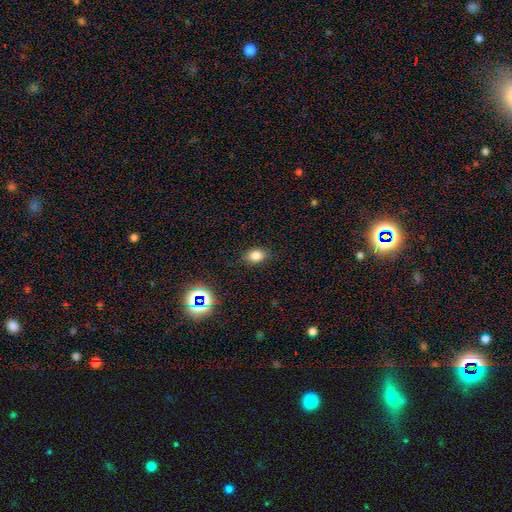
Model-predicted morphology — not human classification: A smooth galaxy with no disk features (80%) that is in between round and cigar-shaped (74%).

Vote fractions:
- Smooth or featured? smooth: 80% / star or artifact: 13% / featured or disk: 6%
- How rounded? in between: 74% / round: 24% / cigar-shaped: 2%
- Merging? none: 86% / minor disturbance: 10% / major disturbance: 3% / merger: 1%